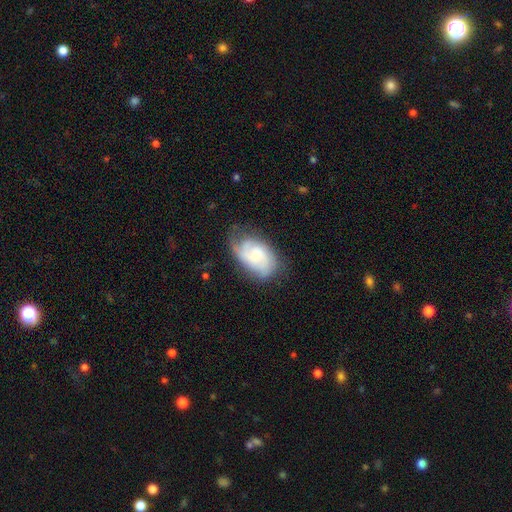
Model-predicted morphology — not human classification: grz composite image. It shows a featured or disk galaxy (67%) with no bar (69%), 2 (31%) tight (43%) spiral arms (91%) and a small central bulge (52%). Merging: none (57%).